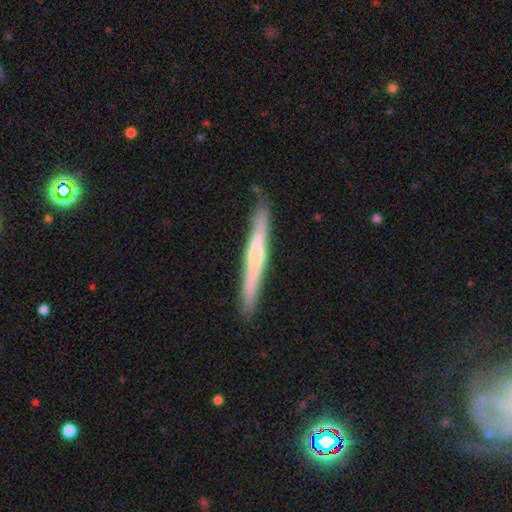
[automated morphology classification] smooth-or-featured: featured or disk: 52% | smooth: 43% | star or artifact: 6%
  disk-edge-on: yes: 96% | no: 4%
  merging: none: 88% | minor disturbance: 9% | major disturbance: 2% | merger: 1%